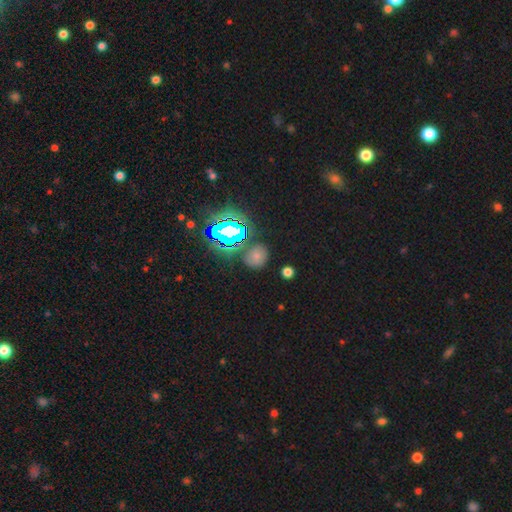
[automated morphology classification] Smooth or featured? Predicted: smooth (p=0.58). How rounded? Predicted: round (p=0.79). Merging? Predicted: none (p=0.80).